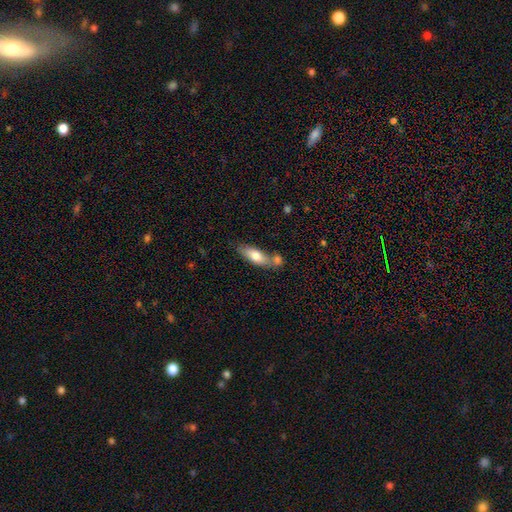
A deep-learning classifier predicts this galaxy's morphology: A smooth galaxy with no disk features (73%) that is in between round and cigar-shaped (66%).

Vote fractions:
- Smooth or featured? smooth: 73% / featured or disk: 21% / star or artifact: 6%
- How rounded? in between: 66% / cigar-shaped: 31% / round: 3%
- Merging? none: 47% / merger: 34% / minor disturbance: 14% / major disturbance: 4%